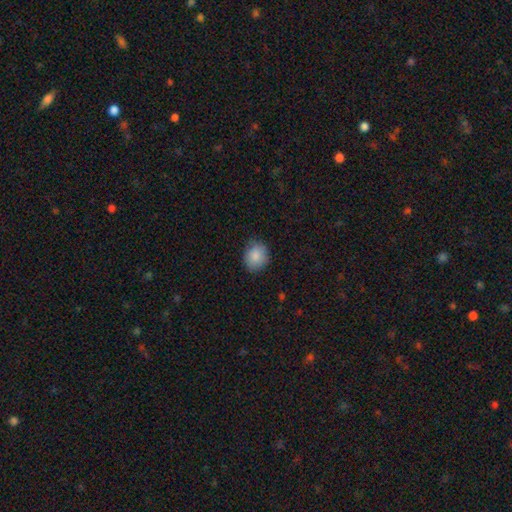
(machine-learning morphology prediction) Overall: smooth (87%). How rounded: round (69%; in between 30%). Merging: none (81%).